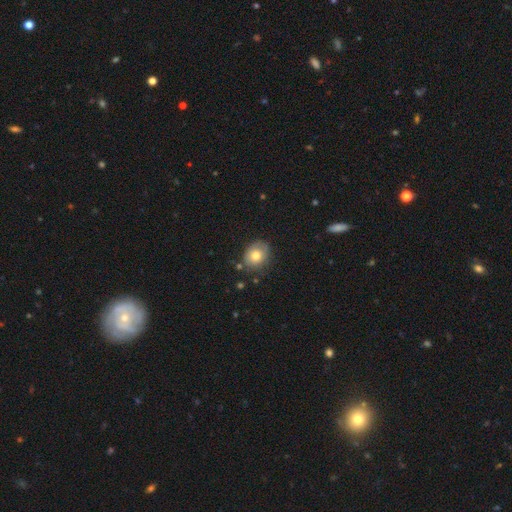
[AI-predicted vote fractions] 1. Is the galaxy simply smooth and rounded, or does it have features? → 73% smooth, 18% featured or disk, 9% star or artifact.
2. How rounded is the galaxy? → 56% round, 43% in between, 1% cigar-shaped.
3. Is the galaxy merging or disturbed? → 72% none, 20% minor disturbance, 5% major disturbance, 3% merger.